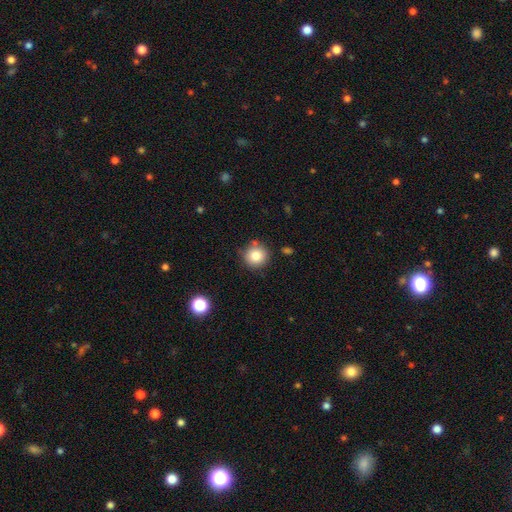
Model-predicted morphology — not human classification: Overall: smooth (82%). How rounded: round (93%). Merging: none (82%).